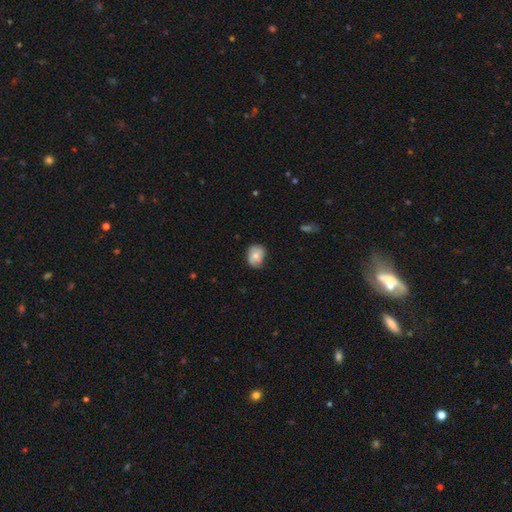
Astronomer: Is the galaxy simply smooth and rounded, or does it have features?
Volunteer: smooth — 57% (runner-up: featured or disk, 40%).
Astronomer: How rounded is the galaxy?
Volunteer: round — 61% (runner-up: in between, 39%).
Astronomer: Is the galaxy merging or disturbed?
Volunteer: none — 62%.